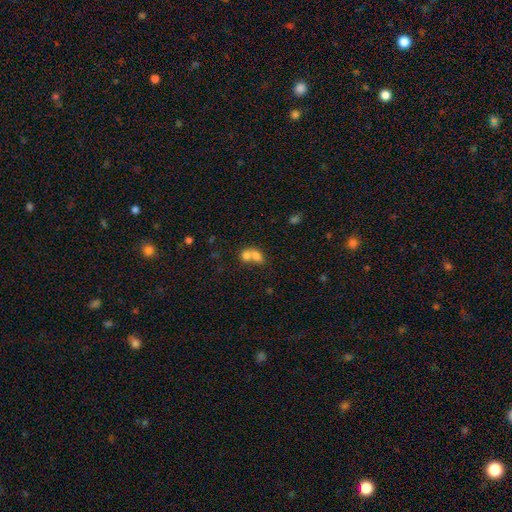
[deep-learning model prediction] smooth 73%, featured or disk 17%, star or artifact 10%. Down the decision tree: how rounded — in between (62%); merging — merger (71%).